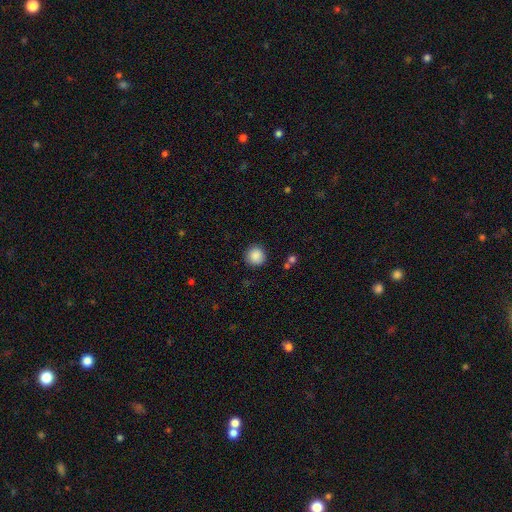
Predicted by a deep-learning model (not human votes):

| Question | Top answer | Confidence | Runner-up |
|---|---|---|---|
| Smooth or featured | smooth | 88% | star or artifact (9%) |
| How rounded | round | 95% | in between (4%) |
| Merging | none | 88% | minor disturbance (8%) |